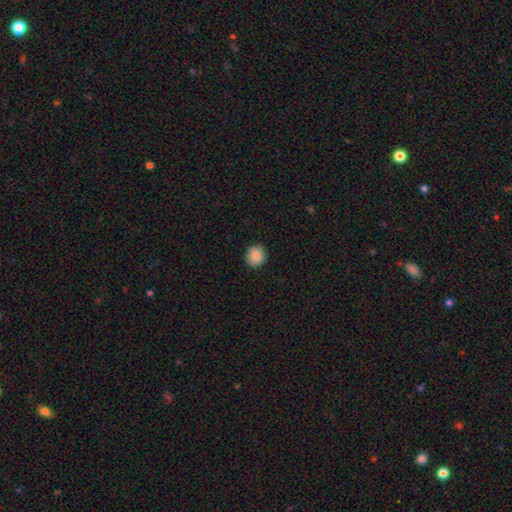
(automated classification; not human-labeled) The model was most divided on "how rounded": round: 86%, in between: 13%, cigar-shaped: 1%. More confident: merging — none (90%); smooth or featured — smooth (87%).